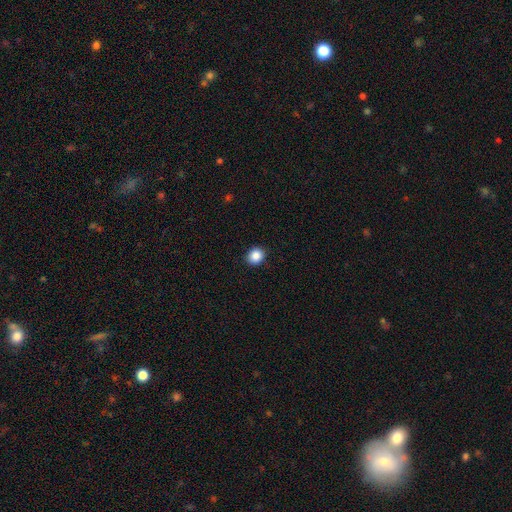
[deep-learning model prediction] Smooth or featured? smooth (87%)
How rounded? round (72%)
Merging? none (91%)